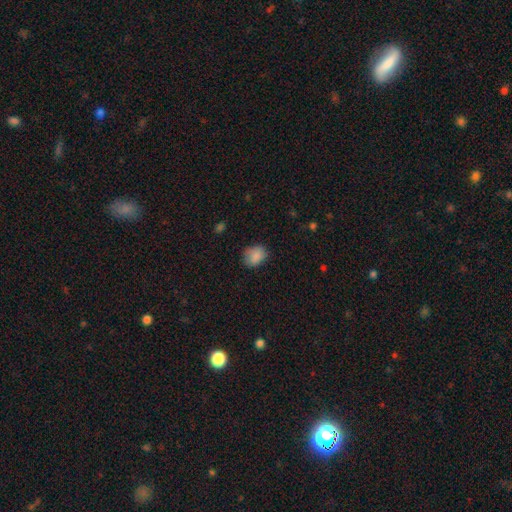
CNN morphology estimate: A smooth galaxy with no disk features (86%) that is in between round and cigar-shaped (57%). Merging: none (74%).